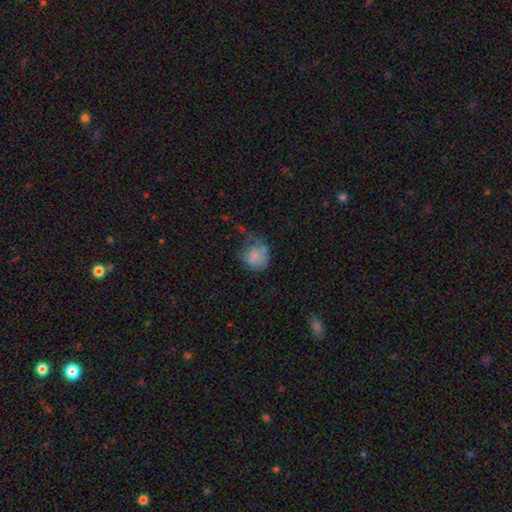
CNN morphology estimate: The model was most divided on "merging": none: 32%, minor disturbance: 31%, major disturbance: 30%, merger: 6%. More confident: smooth or featured — smooth (74%); how rounded — round (69%).